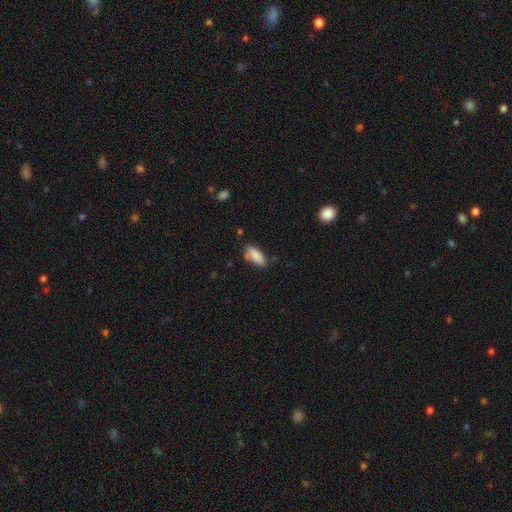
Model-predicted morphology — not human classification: smooth_or_featured: smooth (p=0.86) [alt: star or artifact p=0.07]
how_rounded: in between (p=0.81) [alt: cigar-shaped p=0.17]
merging: none (p=0.69) [alt: minor disturbance p=0.21]